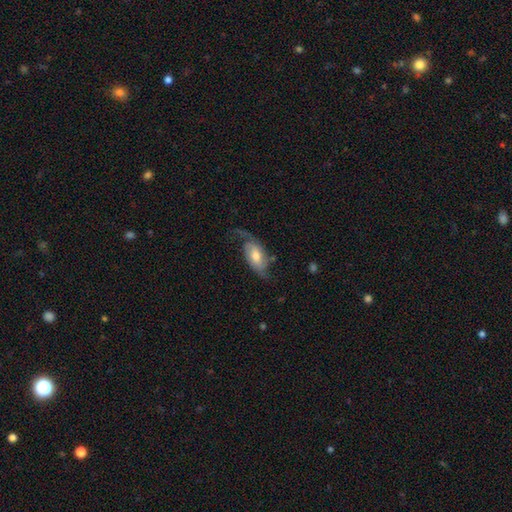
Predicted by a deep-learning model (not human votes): This appears to be a featured or disk galaxy (68%) with no bar (51%), 2 (77%) loose (58%) spiral arms (90%) and a moderate central bulge (64%). Merging: none (53%).